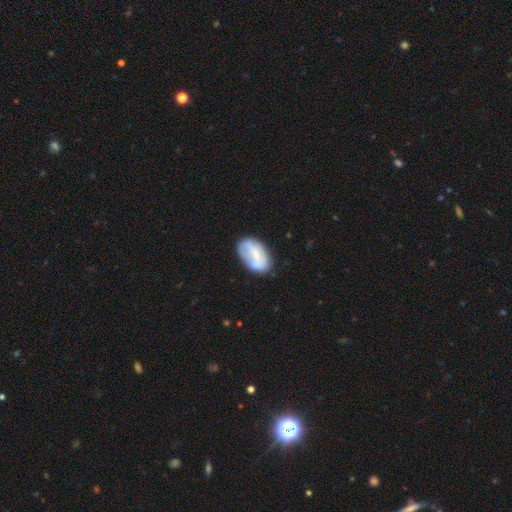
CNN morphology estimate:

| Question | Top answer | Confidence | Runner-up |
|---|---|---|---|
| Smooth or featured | smooth | 53% | featured or disk (40%) |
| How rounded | in between | 92% | round (6%) |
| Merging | none | 60% | minor disturbance (24%) |